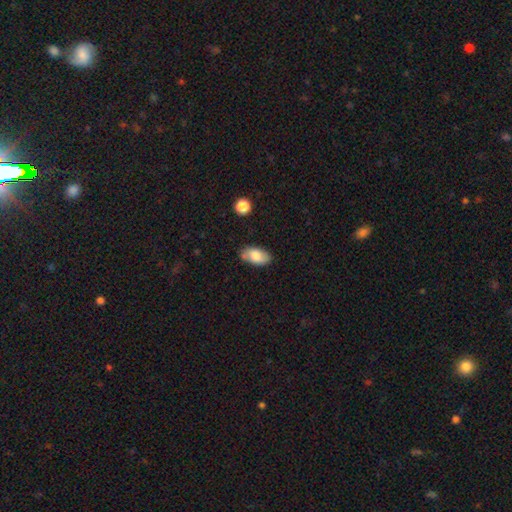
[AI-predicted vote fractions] Smooth or featured: smooth — 71% (featured or disk — 21%)
How rounded: in between — 93% (round — 4%)
Merging: none — 79% (minor disturbance — 17%)